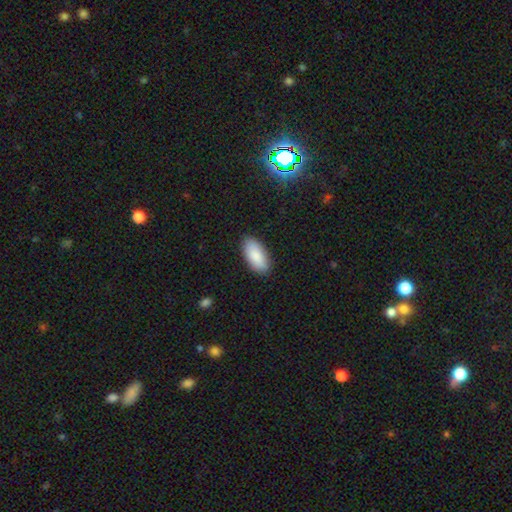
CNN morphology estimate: type=smooth (88%); roundness=in between (91%); merging=none (88%).